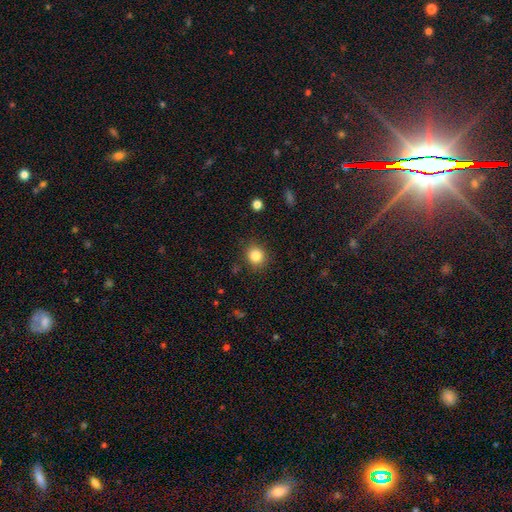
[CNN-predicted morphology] Smooth or featured? Predicted: smooth (p=0.83). How rounded? Predicted: round (p=0.81). Merging? Predicted: none (p=0.87).